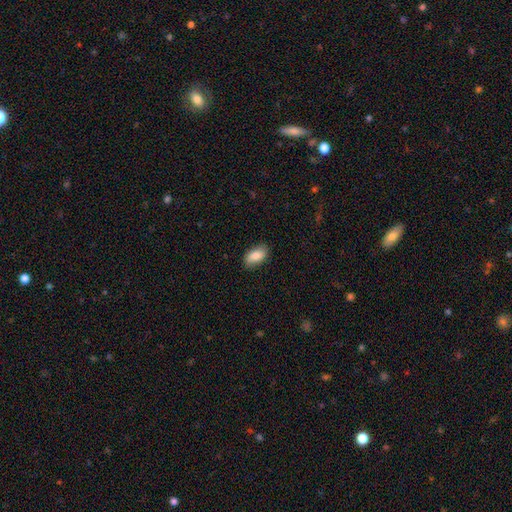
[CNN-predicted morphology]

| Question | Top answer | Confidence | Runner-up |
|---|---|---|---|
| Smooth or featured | smooth | 85% | featured or disk (9%) |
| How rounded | in between | 93% | round (4%) |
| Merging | none | 84% | minor disturbance (12%) |